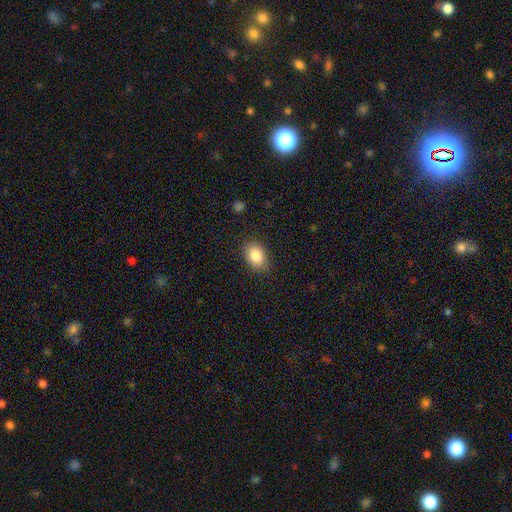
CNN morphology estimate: Overall: smooth (85%). How rounded: in between (75%). Merging: none (84%).